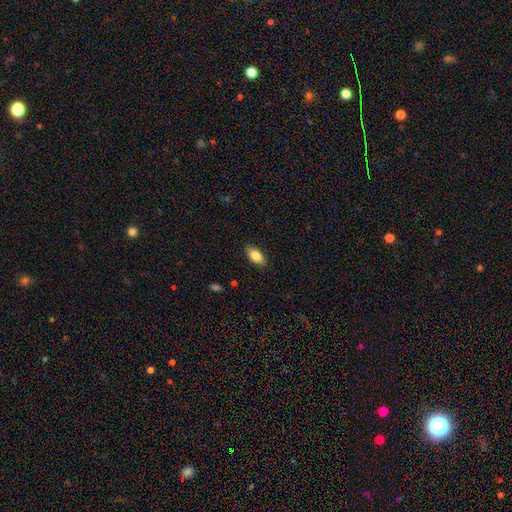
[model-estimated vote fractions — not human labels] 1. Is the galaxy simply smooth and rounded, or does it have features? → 83% smooth, 10% featured or disk, 7% star or artifact.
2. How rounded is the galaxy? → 91% in between, 6% cigar-shaped, 3% round.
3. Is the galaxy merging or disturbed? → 87% none, 10% minor disturbance, 2% major disturbance, 1% merger.